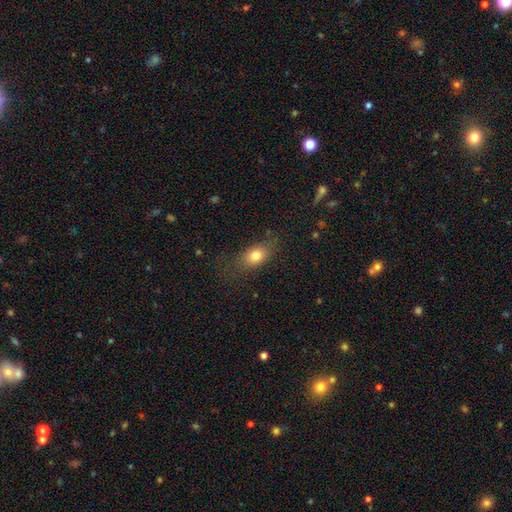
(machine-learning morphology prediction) This appears to be a smooth galaxy with no disk features (78%) that is in between round and cigar-shaped (78%). Merging: none (69%).